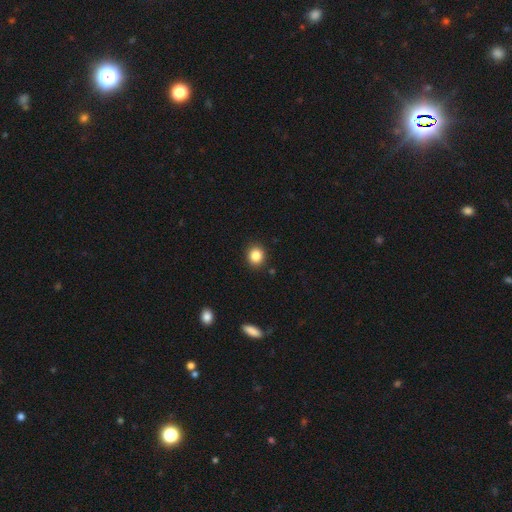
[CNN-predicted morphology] Smooth or featured? smooth (86%)
How rounded? round (83%)
Merging? none (89%)